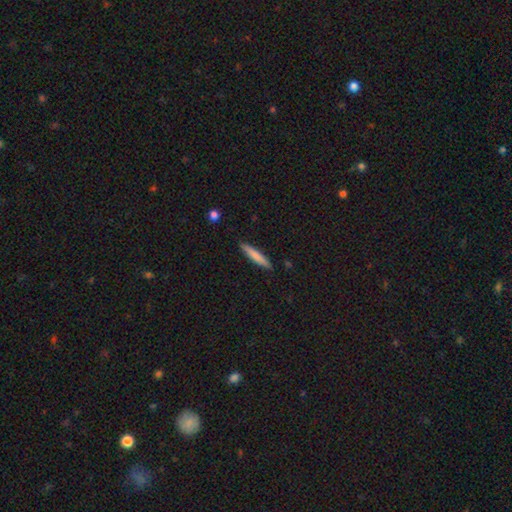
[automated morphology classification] Smooth or featured?
  - smooth: 75% *
  - featured or disk: 19%
  - star or artifact: 6%
How rounded?
  - cigar-shaped: 92% *
  - in between: 7%
  - round: 1%
Merging?
  - none: 89% *
  - minor disturbance: 8%
  - major disturbance: 2%
  - merger: 1%